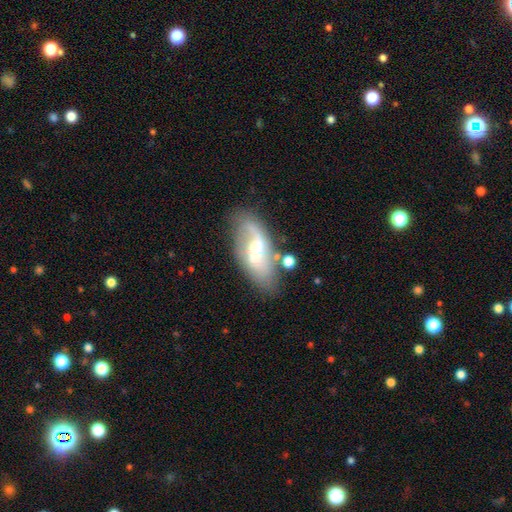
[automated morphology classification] smooth-or-featured: featured or disk: 71% | smooth: 22% | star or artifact: 7%
  disk-edge-on: no: 93% | yes: 7%
    bar: weak: 49% | strong: 26% | no: 24%
    has-spiral-arms: yes: 88% | no: 12%
      spiral-winding: loose: 67% | medium: 25% | tight: 8%
      spiral-arm-count: 2: 76% | 1: 13% | can't tell: 8% | 3: 1% | 4: 1% | more than 4: 1%
    bulge-size: small: 41% (tied) | moderate: 41% (tied) | none: 9% | large: 8% | dominant: 2%
  merging: none: 65% | minor disturbance: 20% | major disturbance: 8% | merger: 7%